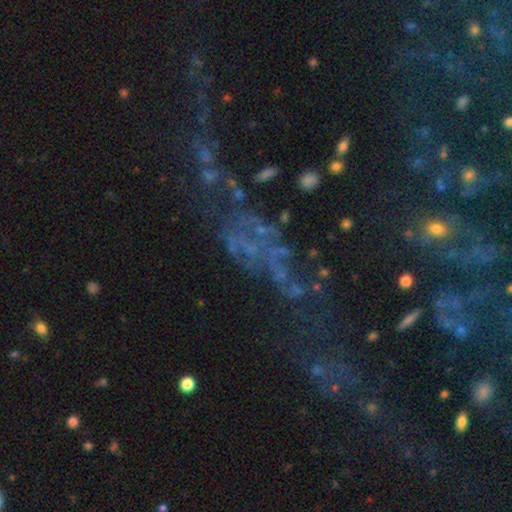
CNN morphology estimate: smooth_or_featured: star or artifact (p=0.52) [alt: featured or disk p=0.31]